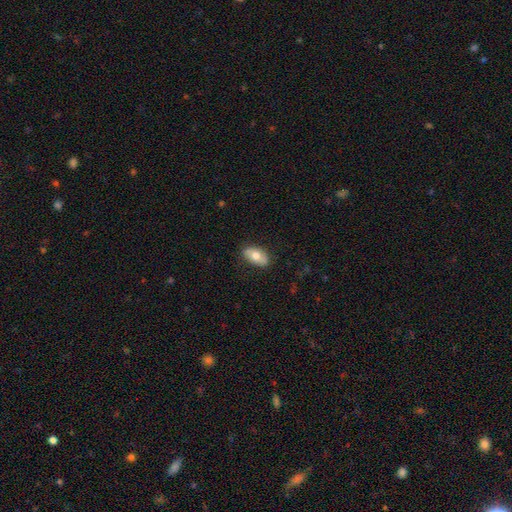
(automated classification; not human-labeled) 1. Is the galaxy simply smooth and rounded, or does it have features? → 70% smooth, 24% featured or disk, 6% star or artifact.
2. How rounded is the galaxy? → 92% in between, 5% round, 3% cigar-shaped.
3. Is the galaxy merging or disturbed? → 83% none, 14% minor disturbance, 3% major disturbance, 1% merger.